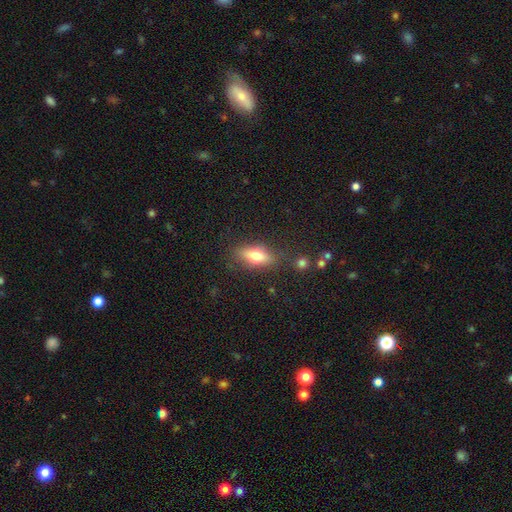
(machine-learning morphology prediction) smooth_or_featured: smooth (p=0.68) [alt: featured or disk p=0.24]
how_rounded: in between (p=0.73) [alt: cigar-shaped p=0.21]
merging: none (p=0.79) [alt: minor disturbance p=0.14]